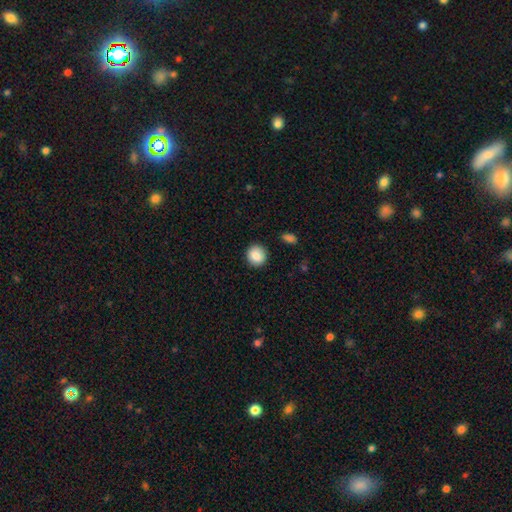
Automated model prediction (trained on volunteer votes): smooth 86%, star or artifact 8%, featured or disk 6%. Down the decision tree: how rounded — round (86%); merging — none (89%).